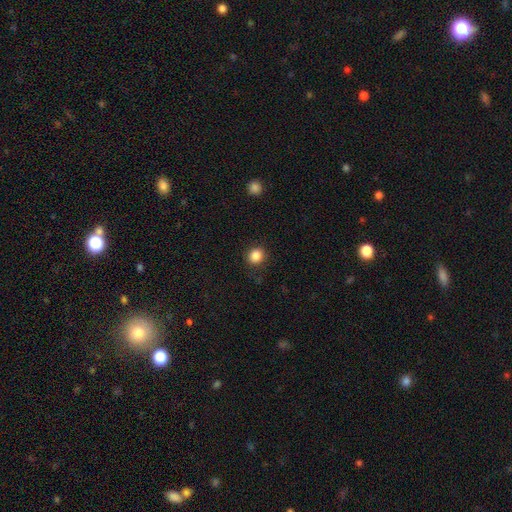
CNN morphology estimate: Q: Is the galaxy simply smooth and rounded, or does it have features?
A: smooth — 86%.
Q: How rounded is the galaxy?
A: round — 83%.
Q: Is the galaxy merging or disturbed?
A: none — 88%.